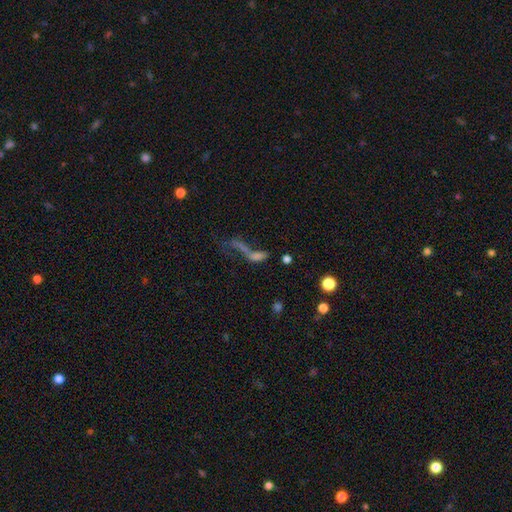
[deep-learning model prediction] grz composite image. It shows a smooth galaxy with no disk features (43%). Merging: merger (43%).